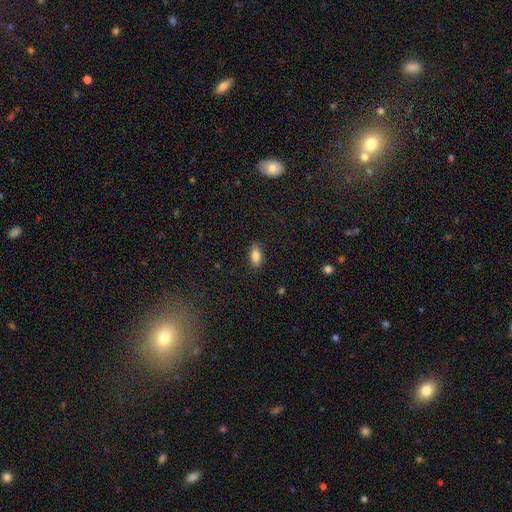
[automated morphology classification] smooth-or-featured: smooth: 85% | star or artifact: 8% | featured or disk: 7%
  how-rounded: in between: 89% | cigar-shaped: 7% | round: 4%
  merging: none: 88% | minor disturbance: 9% | major disturbance: 2% | merger: 1%